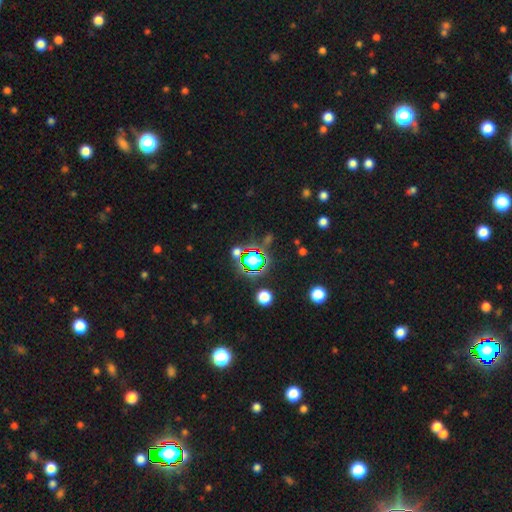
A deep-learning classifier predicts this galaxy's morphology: Overall: star or artifact (61%; smooth 27%).